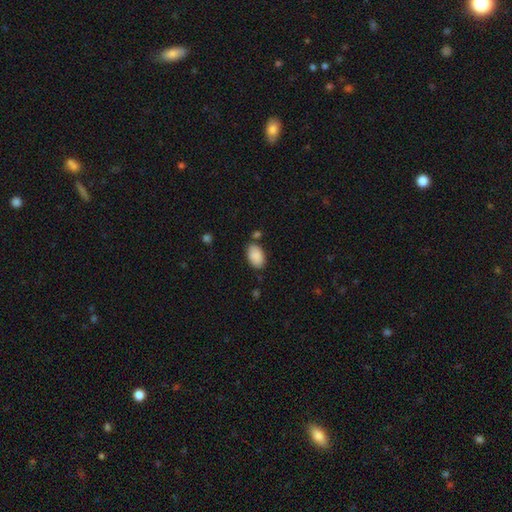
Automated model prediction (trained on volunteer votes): This is clearly a smooth galaxy (89%). How rounded: clearly in between (93%). Merging: likely none (76%).